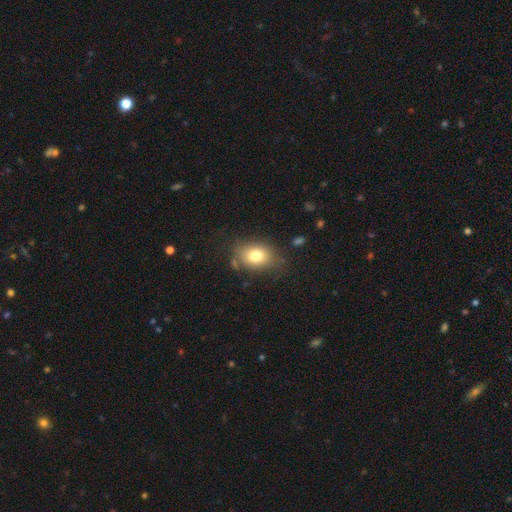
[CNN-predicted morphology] smooth 77%, featured or disk 12%, star or artifact 10%. Down the decision tree: how rounded — in between (71%); merging — none (73%).